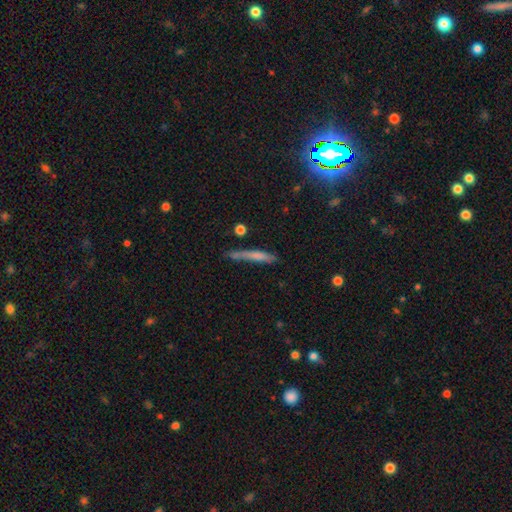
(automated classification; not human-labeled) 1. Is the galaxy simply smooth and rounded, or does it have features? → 63% smooth, 28% featured or disk, 9% star or artifact.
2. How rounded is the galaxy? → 92% cigar-shaped, 6% in between, 2% round.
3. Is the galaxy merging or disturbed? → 59% none, 25% minor disturbance, 9% major disturbance, 7% merger.